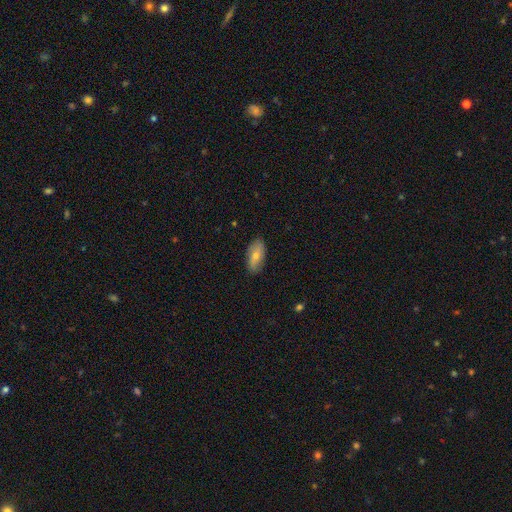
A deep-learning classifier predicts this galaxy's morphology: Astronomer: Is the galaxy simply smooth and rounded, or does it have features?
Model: smooth — 71%.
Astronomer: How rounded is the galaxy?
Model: in between — 89%.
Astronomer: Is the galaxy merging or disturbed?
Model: none — 86%.